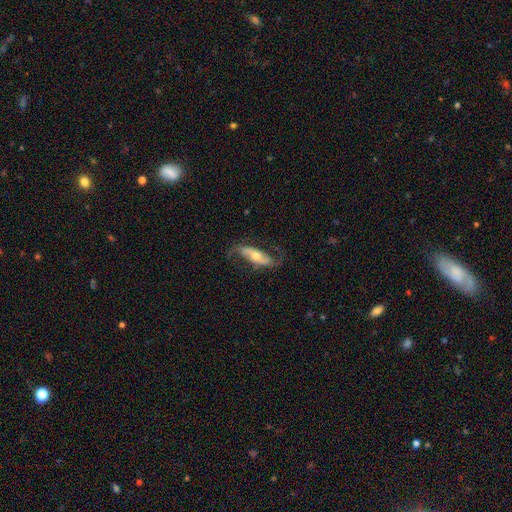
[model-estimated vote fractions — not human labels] Smooth or featured? featured or disk (76%)
Edge-on disk? no (87%)
Bar? no (46%)
Spiral arms? yes (90%)
Spiral winding? loose (61%)
Spiral arm count? 2 (90%)
Bulge size? moderate (56%)
Merging? none (70%)